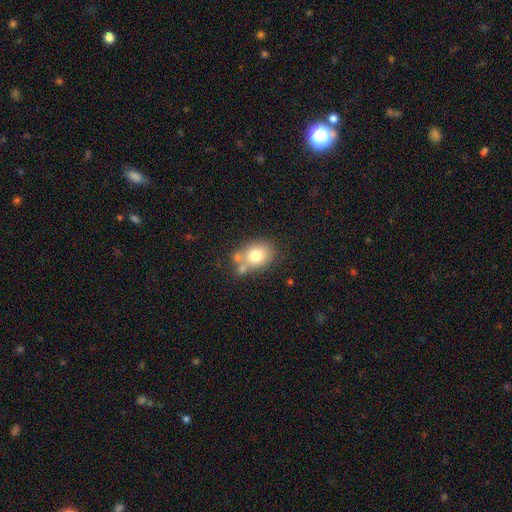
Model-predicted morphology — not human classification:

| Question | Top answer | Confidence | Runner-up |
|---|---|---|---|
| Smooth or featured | smooth | 74% | featured or disk (16%) |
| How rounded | in between | 58% | round (41%) |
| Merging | none | 57% | merger (21%) |